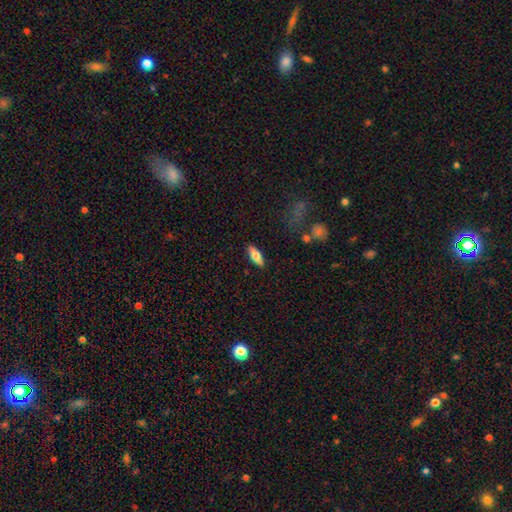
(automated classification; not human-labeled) Smooth or featured? smooth (68%)
How rounded? in between (68%)
Merging? none (88%)